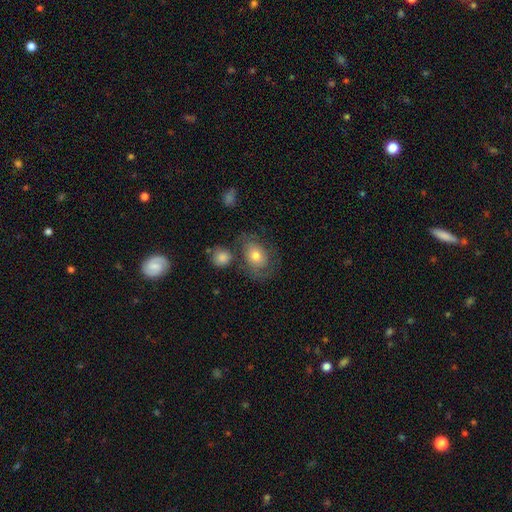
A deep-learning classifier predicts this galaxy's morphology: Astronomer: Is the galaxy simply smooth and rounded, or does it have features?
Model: smooth — 55% (runner-up: featured or disk, 37%).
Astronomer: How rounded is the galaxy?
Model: in between — 65%.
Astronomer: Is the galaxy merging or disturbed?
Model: none — 53%.